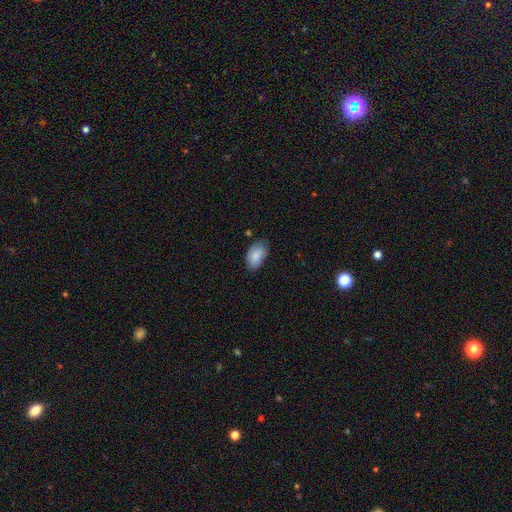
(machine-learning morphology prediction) Smooth or featured? Predicted: smooth (p=0.87). How rounded? Predicted: in between (p=0.93). Merging? Predicted: none (p=0.70).